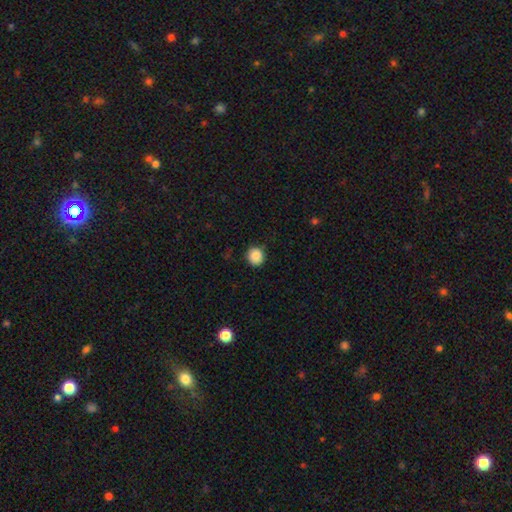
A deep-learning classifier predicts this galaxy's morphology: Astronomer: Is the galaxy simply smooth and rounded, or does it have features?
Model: smooth — 87%.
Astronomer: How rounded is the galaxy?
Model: round — 88%.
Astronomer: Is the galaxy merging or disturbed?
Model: none — 87%.